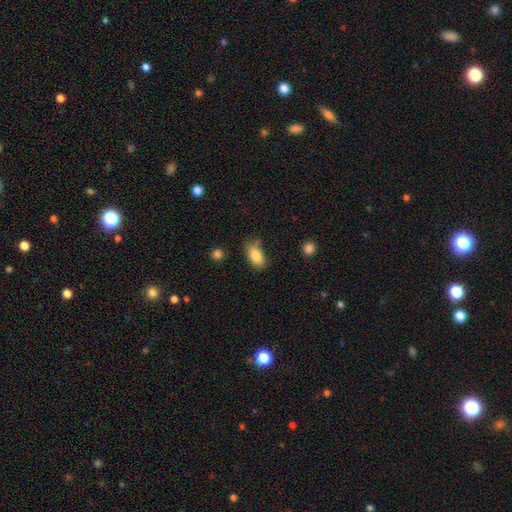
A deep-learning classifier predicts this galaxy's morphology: This is clearly a smooth galaxy (86%). How rounded: clearly in between (91%). Merging: likely none (62%).